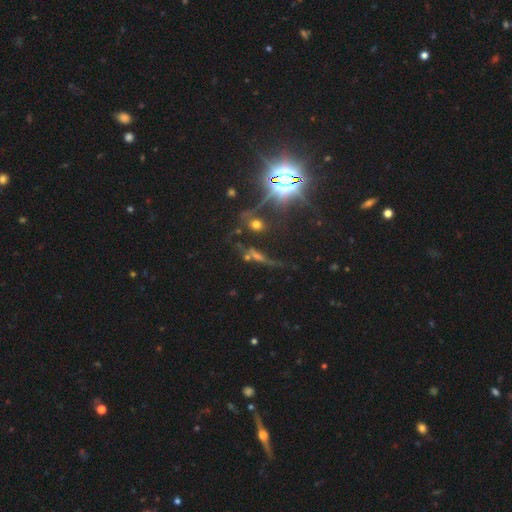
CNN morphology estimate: smooth_or_featured: smooth (p=0.36) [alt: featured or disk p=0.33]
merging: none (p=0.45) [alt: major disturbance p=0.19]